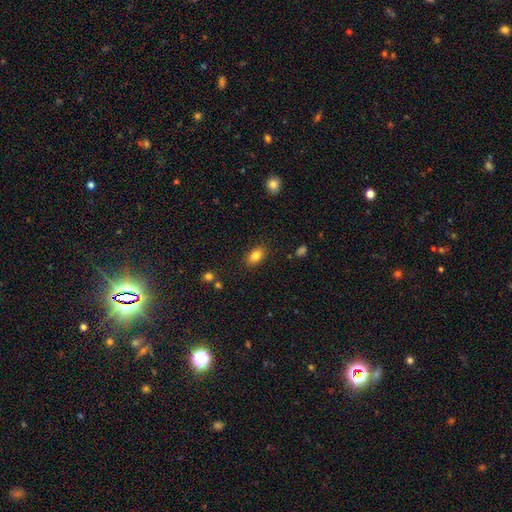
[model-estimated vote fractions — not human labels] Smooth or featured? smooth (83%)
How rounded? in between (83%)
Merging? none (86%)